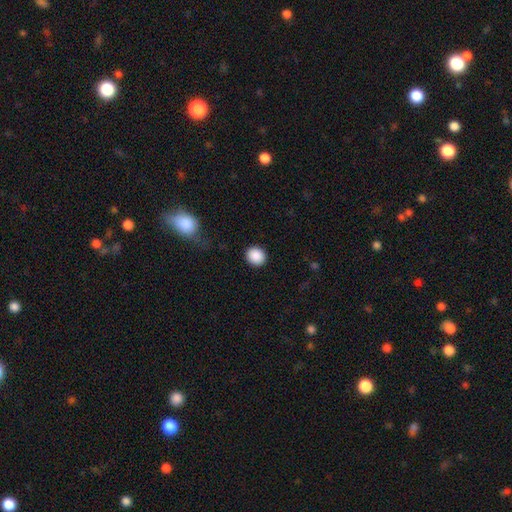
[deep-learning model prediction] smooth_or_featured: smooth (p=0.90) [alt: star or artifact p=0.08]
how_rounded: round (p=0.84) [alt: in between p=0.15]
merging: none (p=0.90) [alt: minor disturbance p=0.06]